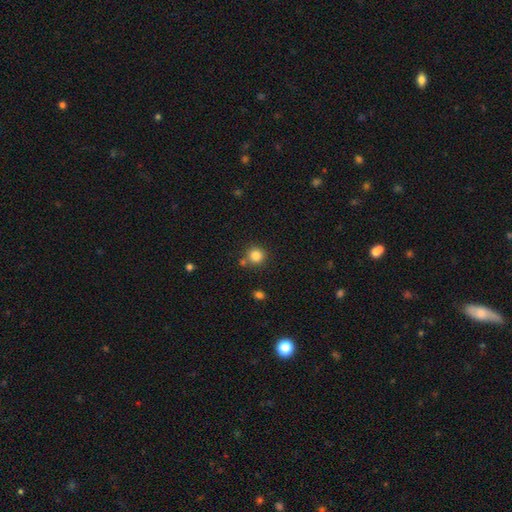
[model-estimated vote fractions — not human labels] A smooth galaxy with no disk features (84%) that is round (93%). Merging: none (76%).